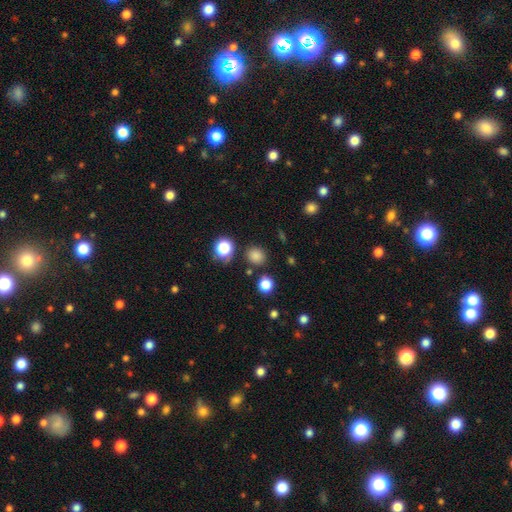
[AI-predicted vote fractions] Smooth or featured? Predicted: smooth (p=0.79). How rounded? Predicted: round (p=0.81). Merging? Predicted: none (p=0.84).